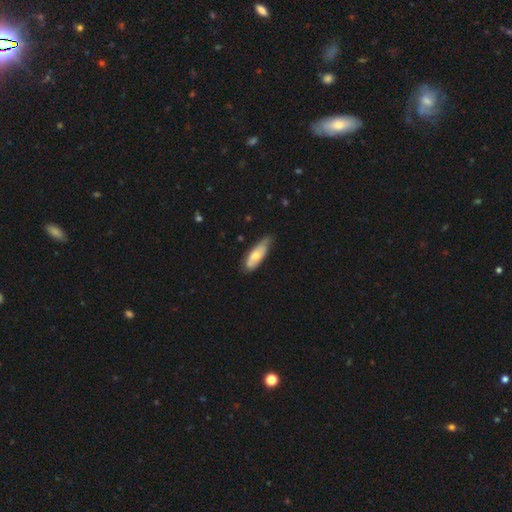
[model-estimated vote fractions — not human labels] This appears to be a smooth galaxy with no disk features (61%) that is in between round and cigar-shaped (64%). Merging: none (55%).